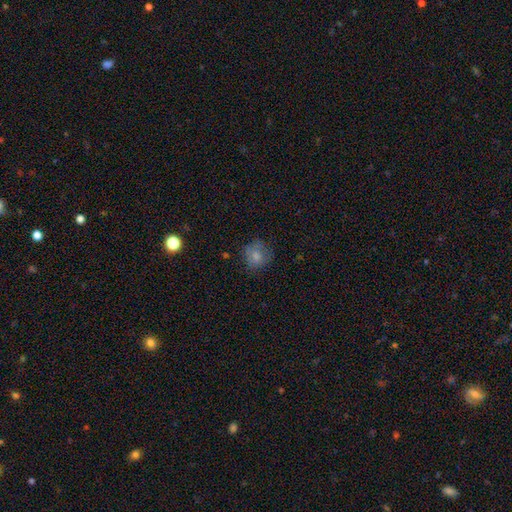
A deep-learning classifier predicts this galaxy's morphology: type=smooth (75%); roundness=round (78%); merging=none (67%).